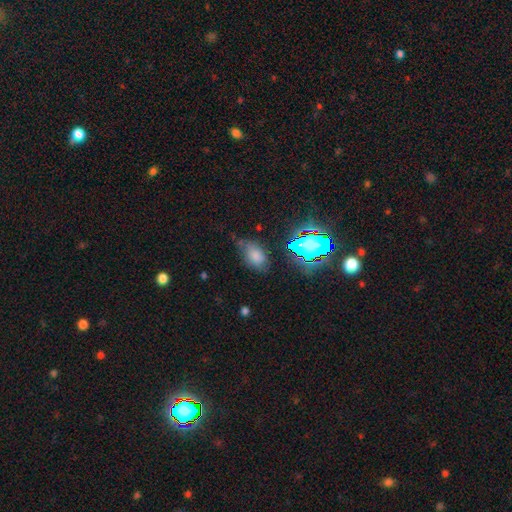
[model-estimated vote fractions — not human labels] The model was most divided on "merging": none: 57%, minor disturbance: 29%, major disturbance: 10%, merger: 4%. More confident: how rounded — in between (86%); smooth or featured — smooth (68%).